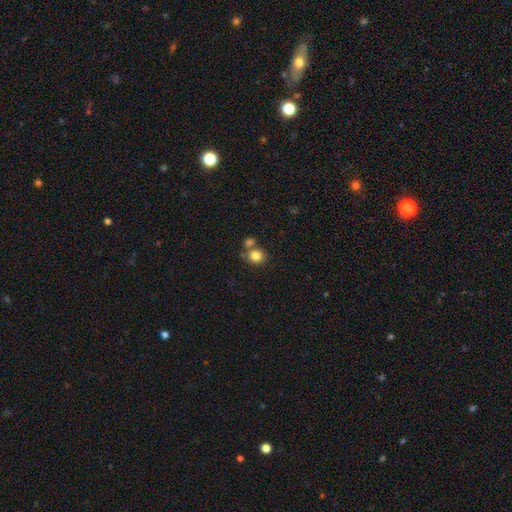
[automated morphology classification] Smooth or featured: smooth — 83% (star or artifact — 10%)
How rounded: round — 77% (in between — 22%)
Merging: none — 60% (merger — 26%)